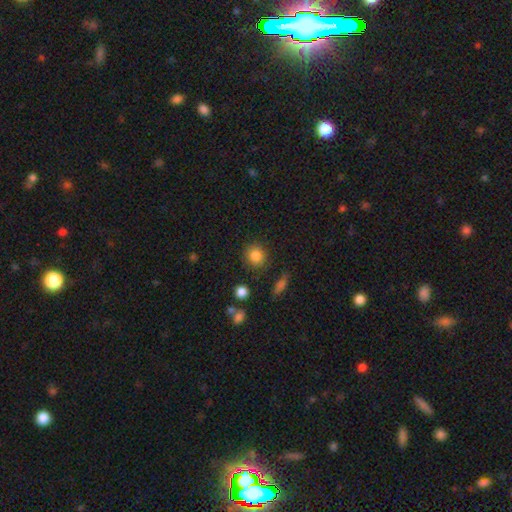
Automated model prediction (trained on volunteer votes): A smooth galaxy with no disk features (84%) that is round (87%). Merging: none (85%).